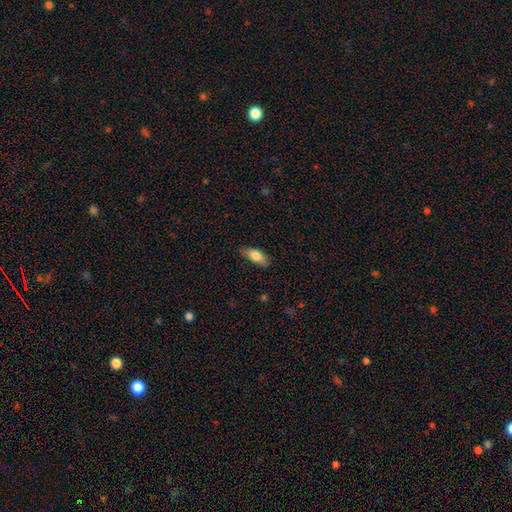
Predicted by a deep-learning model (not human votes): Q: Smooth or featured?
A: smooth (79%); runner-up: featured or disk (15%)
Q: How rounded?
A: in between (76%); runner-up: cigar-shaped (21%)
Q: Merging?
A: none (78%); runner-up: minor disturbance (18%)